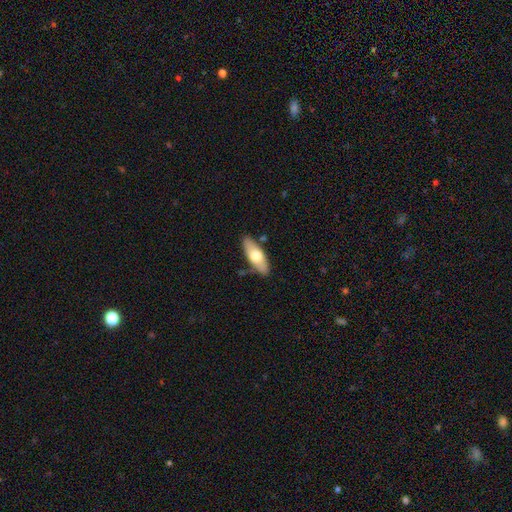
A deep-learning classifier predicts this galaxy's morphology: Smooth or featured? Predicted: smooth (p=0.63). How rounded? Predicted: in between (p=0.72). Merging? Predicted: none (p=0.82).